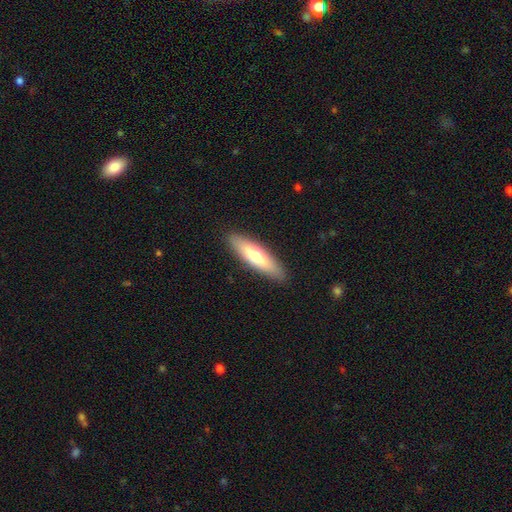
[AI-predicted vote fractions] Smooth or featured: smooth — 65% (featured or disk — 29%)
How rounded: cigar-shaped — 66% (in between — 33%)
Merging: none — 89% (minor disturbance — 8%)